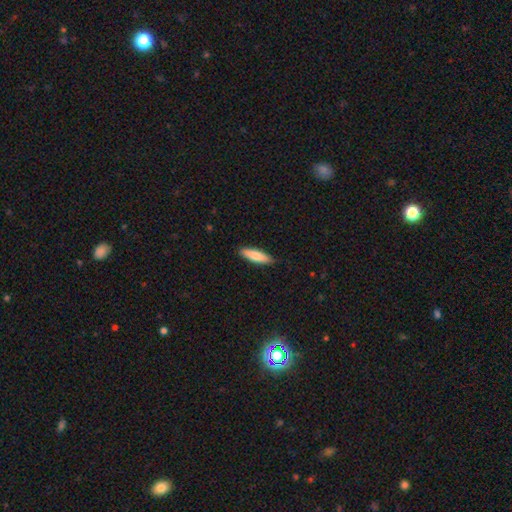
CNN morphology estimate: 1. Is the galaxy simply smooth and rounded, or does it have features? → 77% smooth, 17% featured or disk, 5% star or artifact.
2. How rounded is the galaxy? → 64% cigar-shaped, 35% in between, 2% round.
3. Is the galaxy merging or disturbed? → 88% none, 9% minor disturbance, 2% major disturbance, 1% merger.